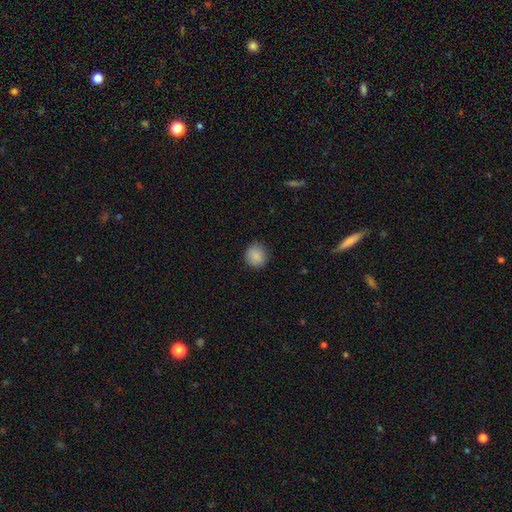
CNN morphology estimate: The model was most divided on "how rounded": round: 87%, in between: 13%, cigar-shaped: 1%. More confident: merging — none (87%); smooth or featured — smooth (87%).